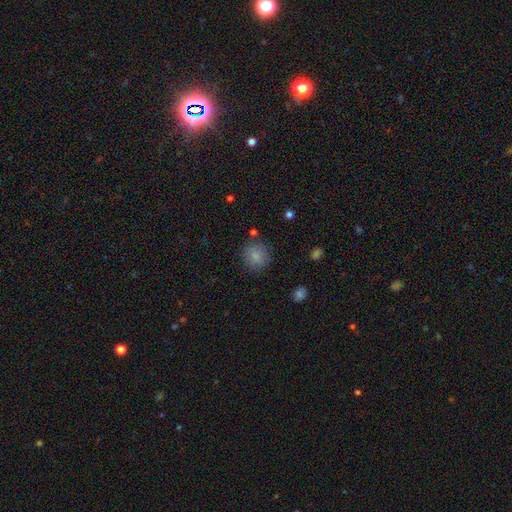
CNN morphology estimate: smooth_or_featured: smooth (p=0.83) [alt: star or artifact p=0.10]
how_rounded: round (p=0.84) [alt: in between p=0.15]
merging: none (p=0.81) [alt: minor disturbance p=0.12]